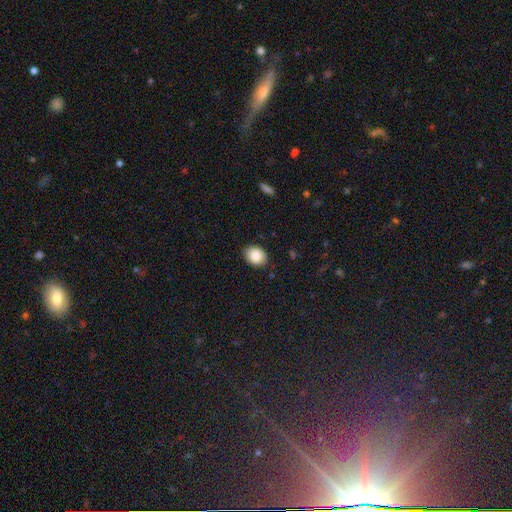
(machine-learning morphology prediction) The model was most divided on "how rounded": in between: 61%, round: 38%, cigar-shaped: 1%. More confident: smooth or featured — smooth (87%); merging — none (85%).